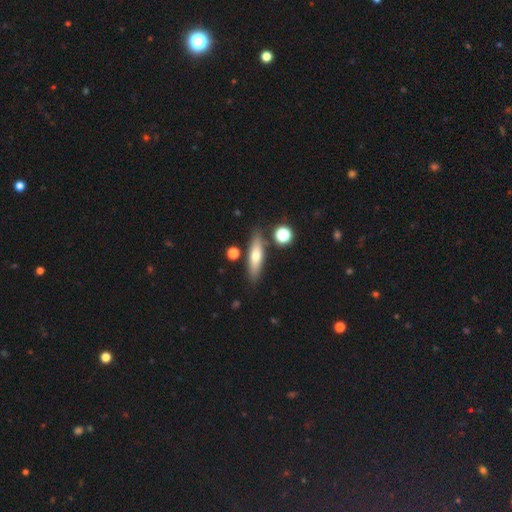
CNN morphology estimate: smooth_or_featured: smooth (p=0.59) [alt: featured or disk p=0.33]
how_rounded: cigar-shaped (p=0.65) [alt: in between p=0.32]
merging: none (p=0.82) [alt: minor disturbance p=0.11]